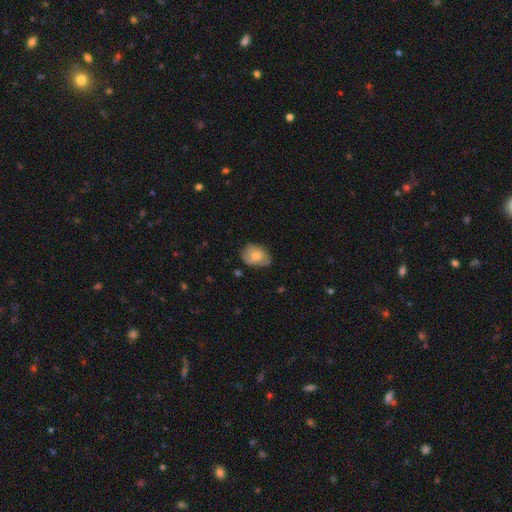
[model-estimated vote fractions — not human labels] Morphology: type=smooth (66%); roundness=in between (69%); merging=none (57%).